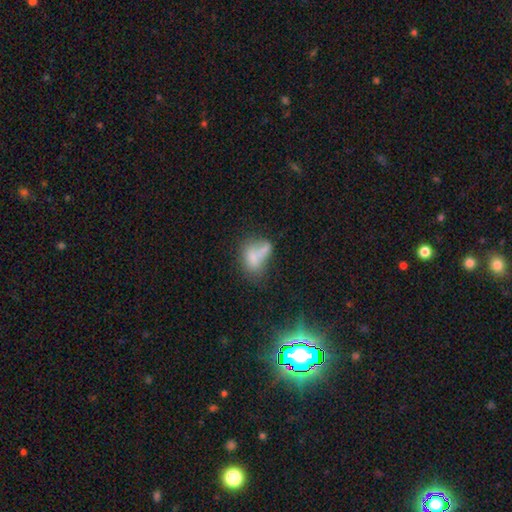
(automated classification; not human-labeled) Smooth or featured? smooth (64%)
How rounded? in between (76%)
Merging? merger (35%)